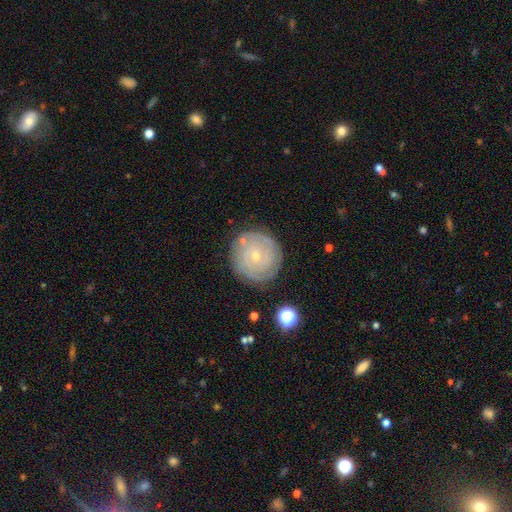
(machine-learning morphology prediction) Smooth or featured? featured or disk (69%)
Edge-on disk? no (98%)
Bar? no (79%)
Spiral arms? yes (86%)
Spiral winding? tight (83%)
Spiral arm count? can't tell (42%)
Bulge size? small (80%)
Merging? none (82%)